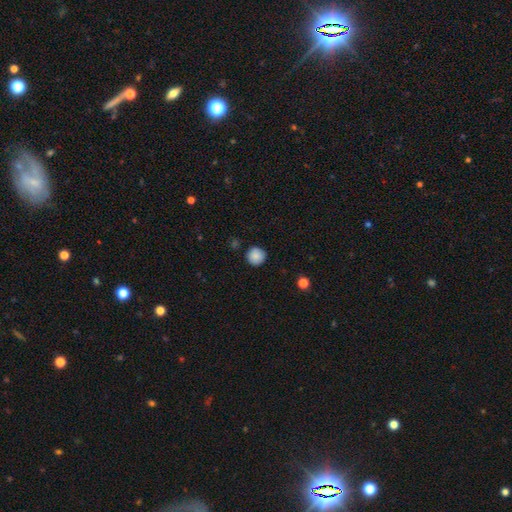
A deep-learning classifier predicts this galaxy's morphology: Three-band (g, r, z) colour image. It shows a smooth galaxy with no disk features (87%) that is round (94%). Merging: none (89%).